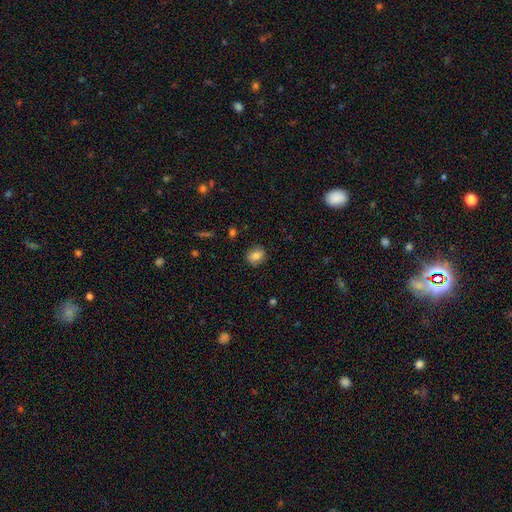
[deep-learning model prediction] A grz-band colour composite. It shows a smooth galaxy with no disk features (78%) that is round (52%). Merging: none (81%).